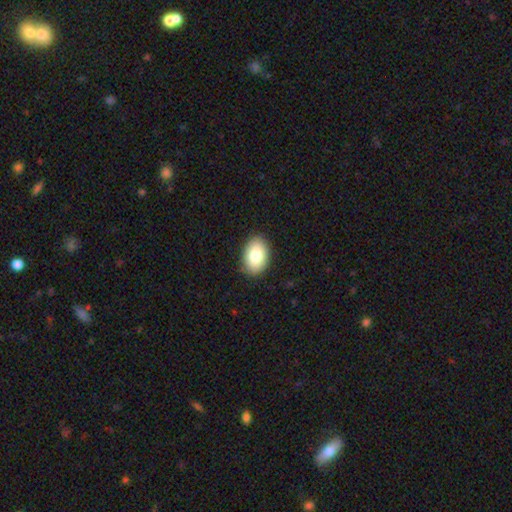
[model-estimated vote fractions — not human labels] A smooth galaxy with no disk features (83%) that is in between round and cigar-shaped (88%). Merging: none (88%).